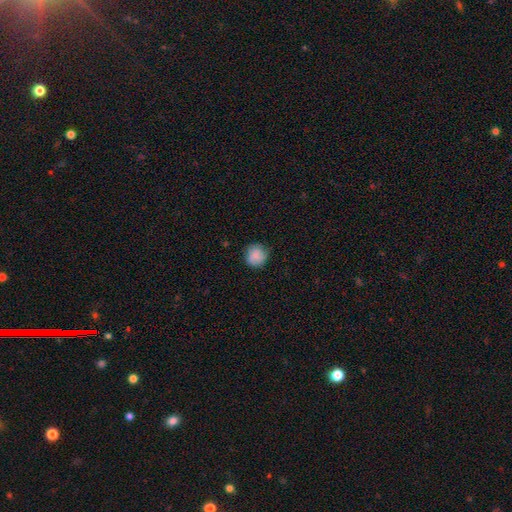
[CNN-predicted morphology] A smooth galaxy with no disk features (85%) that is round (91%).

Vote fractions:
- Smooth or featured? smooth: 85% / star or artifact: 8% / featured or disk: 7%
- How rounded? round: 91% / in between: 8% / cigar-shaped: 1%
- Merging? none: 81% / minor disturbance: 15% / major disturbance: 3% / merger: 1%